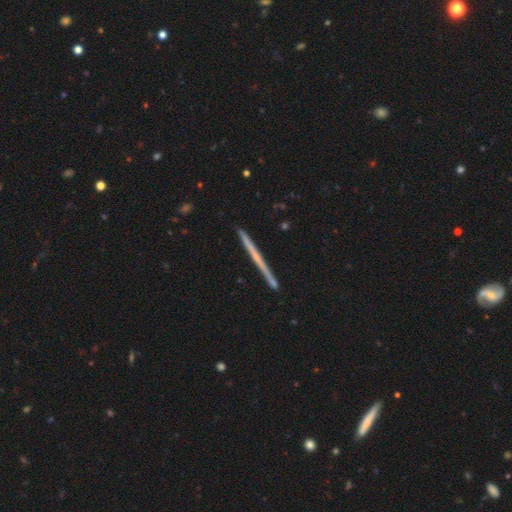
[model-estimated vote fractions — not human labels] This appears to be a featured or disk galaxy (62%) viewed edge-on (98%) with no central bulge (82%). Merging: none (91%).